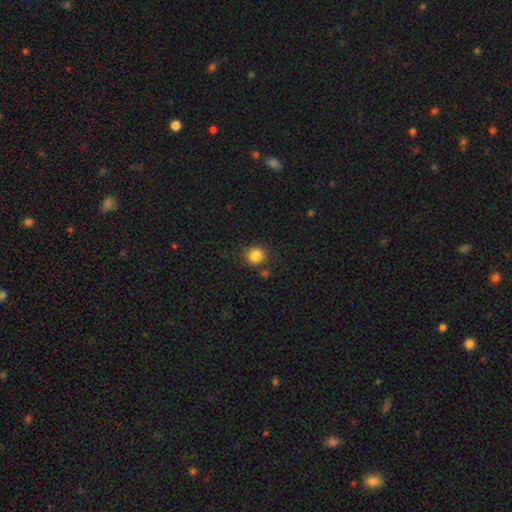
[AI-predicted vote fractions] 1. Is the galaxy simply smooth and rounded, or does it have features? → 85% smooth, 11% star or artifact, 4% featured or disk.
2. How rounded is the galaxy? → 89% round, 10% in between, 1% cigar-shaped.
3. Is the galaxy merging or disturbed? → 84% none, 9% minor disturbance, 5% merger, 3% major disturbance.